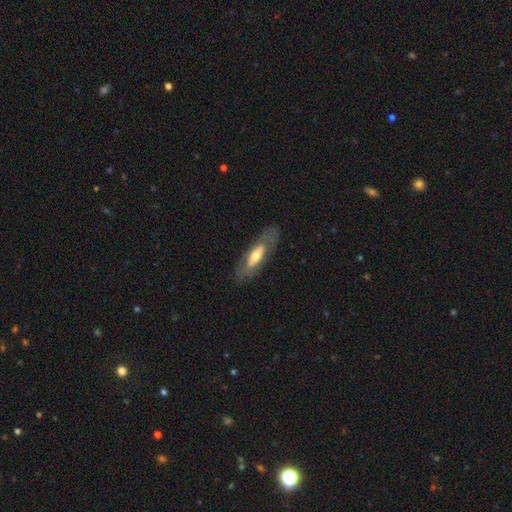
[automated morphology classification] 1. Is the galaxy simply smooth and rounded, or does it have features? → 49% featured or disk, 45% smooth, 6% star or artifact.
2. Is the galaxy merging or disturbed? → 77% none, 14% minor disturbance, 7% major disturbance, 1% merger.